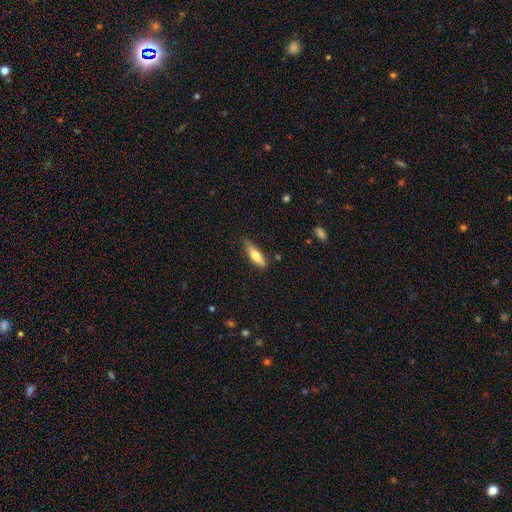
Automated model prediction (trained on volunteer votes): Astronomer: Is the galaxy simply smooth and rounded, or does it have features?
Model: smooth — 69%.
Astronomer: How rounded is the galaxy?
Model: cigar-shaped — 59% (runner-up: in between, 39%).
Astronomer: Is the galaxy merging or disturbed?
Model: none — 73%.